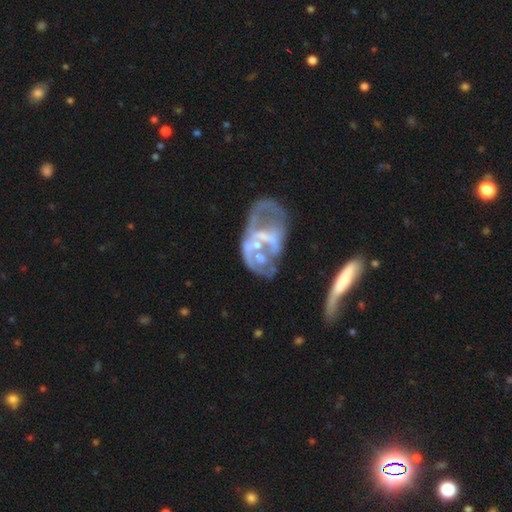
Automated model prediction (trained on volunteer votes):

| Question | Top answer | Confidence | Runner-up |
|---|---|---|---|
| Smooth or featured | featured or disk | 73% | smooth (18%) |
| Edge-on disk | no | 96% | yes (4%) |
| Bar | no | 62% | weak (24%) |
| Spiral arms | no | 68% | yes (32%) |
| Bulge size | none | 34% | small (32%) |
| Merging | merger | 33% | major disturbance (31%) |